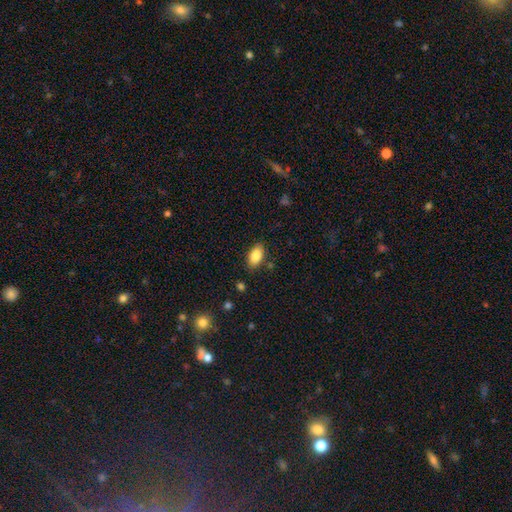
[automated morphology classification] type=smooth (85%); roundness=in between (92%); merging=none (84%).